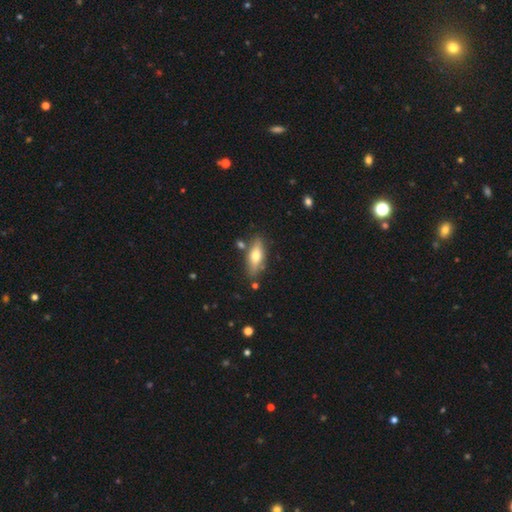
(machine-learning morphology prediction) Smooth or featured?
  - smooth: 59% *
  - featured or disk: 35%
  - star or artifact: 6%
How rounded?
  - in between: 61% *
  - cigar-shaped: 36%
  - round: 3%
Merging?
  - none: 78% *
  - minor disturbance: 13%
  - merger: 6%
  - major disturbance: 3%